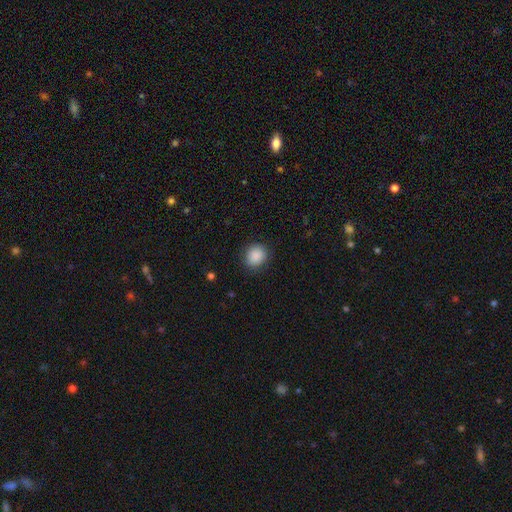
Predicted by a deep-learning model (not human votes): Smooth or featured: smooth — 89% (star or artifact — 8%)
How rounded: round — 78% (in between — 21%)
Merging: none — 87% (minor disturbance — 10%)